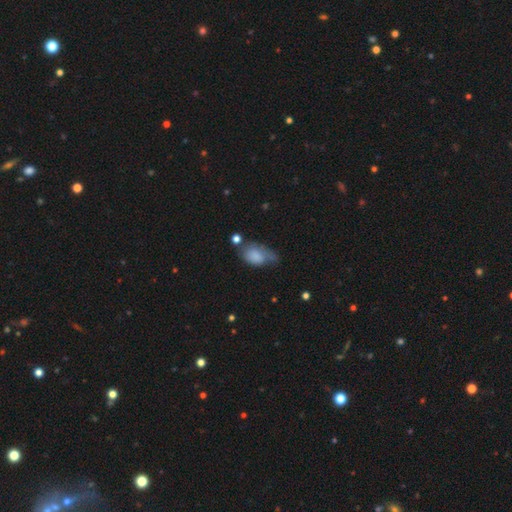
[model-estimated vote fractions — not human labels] A smooth galaxy with no disk features (74%) that is in between round and cigar-shaped (87%). Merging: minor disturbance (36%).